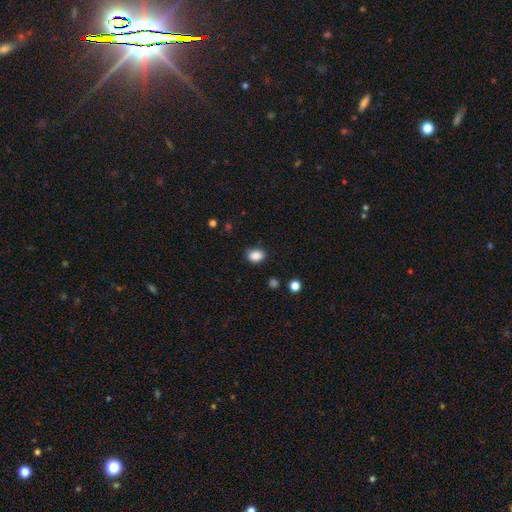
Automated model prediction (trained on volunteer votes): Smooth or featured? smooth (87%)
How rounded? in between (65%)
Merging? none (81%)